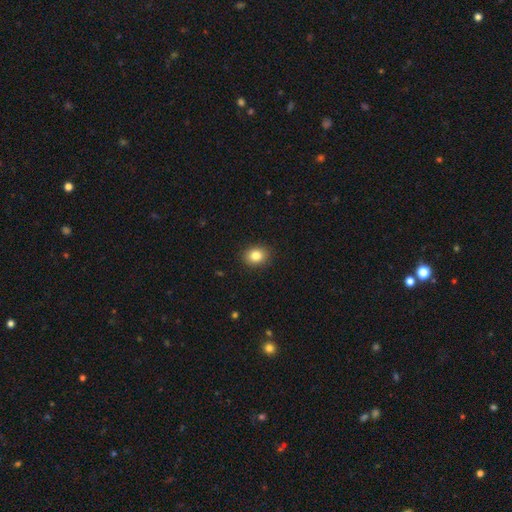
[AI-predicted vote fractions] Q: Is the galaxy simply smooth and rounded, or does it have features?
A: smooth — 83%.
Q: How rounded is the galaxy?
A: round — 54%.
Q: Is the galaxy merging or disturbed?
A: none — 90%.